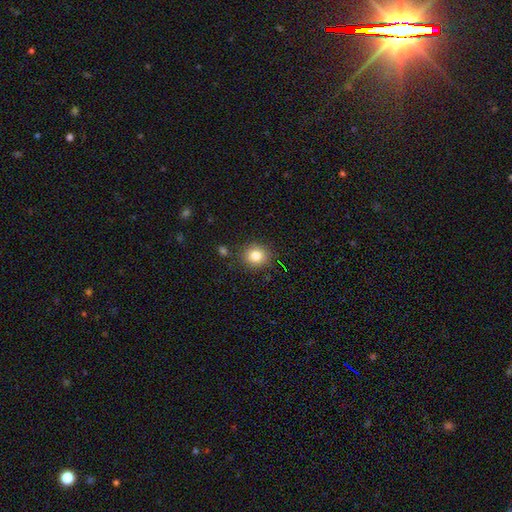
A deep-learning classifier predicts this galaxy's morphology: smooth-or-featured: smooth: 82% | star or artifact: 11% | featured or disk: 7%
  how-rounded: round: 83% | in between: 16% | cigar-shaped: 1%
  merging: none: 85% | minor disturbance: 9% | merger: 3% | major disturbance: 3%